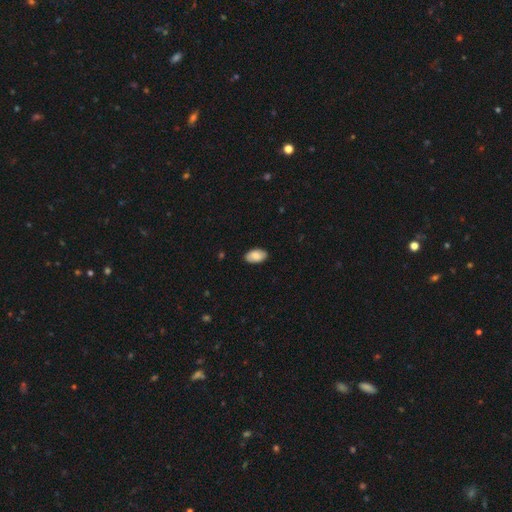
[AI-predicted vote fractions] smooth 85%, featured or disk 9%, star or artifact 6%. Down the decision tree: how rounded — in between (95%); merging — none (88%).